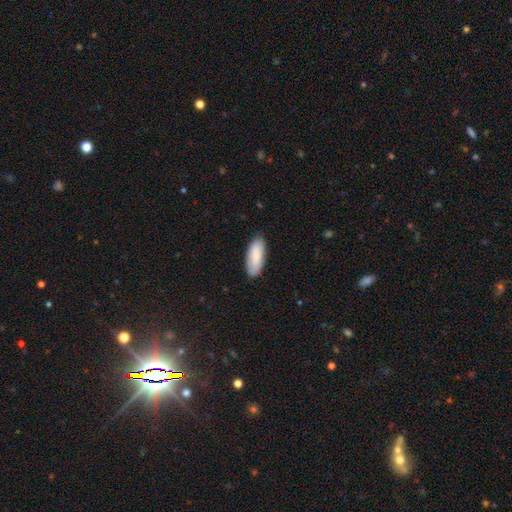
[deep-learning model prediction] Smooth or featured? Predicted: smooth (p=0.84). How rounded? Predicted: in between (p=0.76). Merging? Predicted: none (p=0.85).